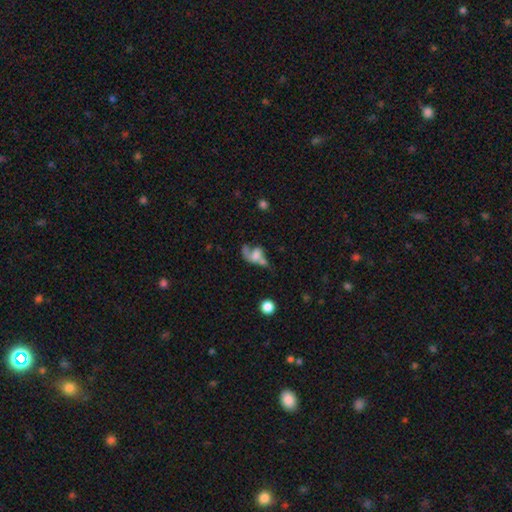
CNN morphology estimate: featured or disk 46%, smooth 41%, star or artifact 13%. Down the decision tree: merging — merger (37%).